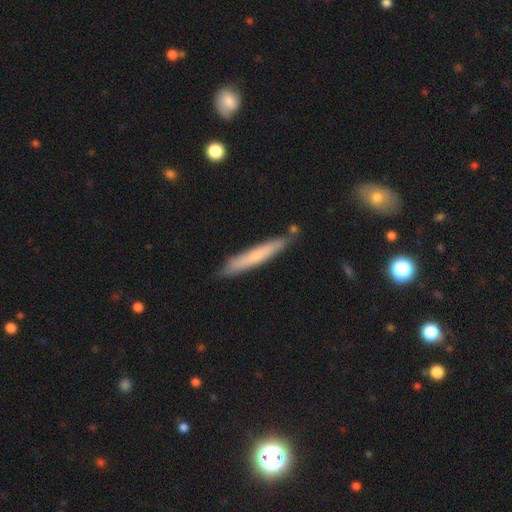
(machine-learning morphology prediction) A smooth galaxy with no disk features (59%) that is cigar-shaped (93%).

Vote fractions:
- Smooth or featured? smooth: 59% / featured or disk: 35% / star or artifact: 6%
- How rounded? cigar-shaped: 93% / in between: 5% / round: 1%
- Merging? none: 81% / minor disturbance: 13% / merger: 4% / major disturbance: 2%